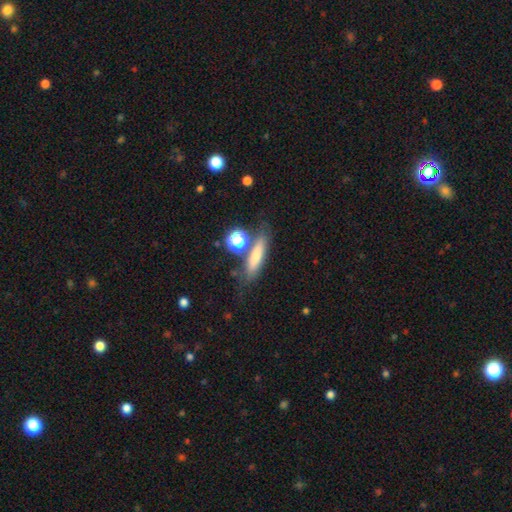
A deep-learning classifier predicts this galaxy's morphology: smooth-or-featured: smooth: 72% | featured or disk: 18% | star or artifact: 11%
  how-rounded: cigar-shaped: 65% | in between: 26% | round: 9%
  merging: none: 67% | minor disturbance: 15% | merger: 13% | major disturbance: 6%